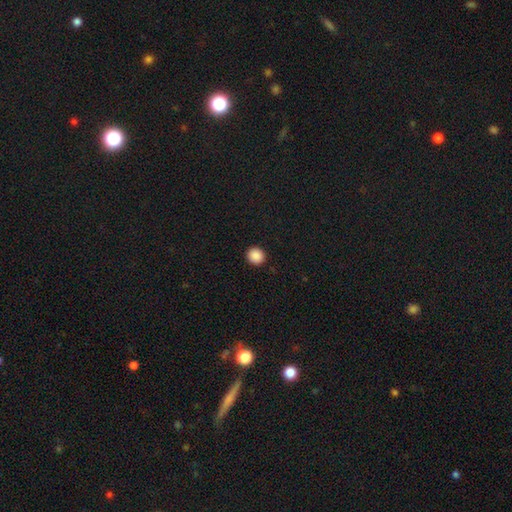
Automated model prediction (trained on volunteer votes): Smooth or featured: smooth — 89% (star or artifact — 9%)
How rounded: round — 88% (in between — 11%)
Merging: none — 93% (minor disturbance — 5%)